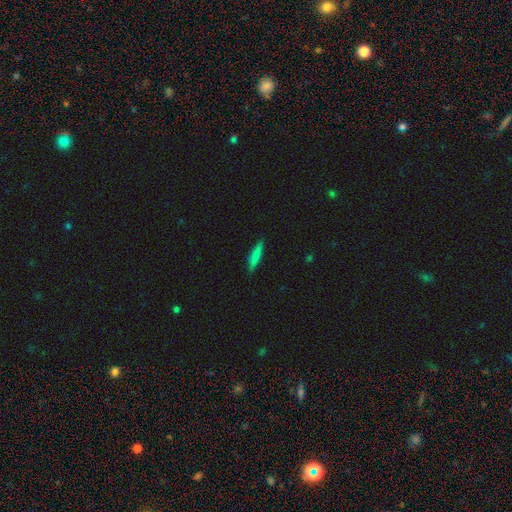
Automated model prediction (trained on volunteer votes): The model was most divided on "smooth or featured": smooth: 72%, featured or disk: 21%, star or artifact: 6%. More confident: merging — none (89%); how rounded — cigar-shaped (87%).